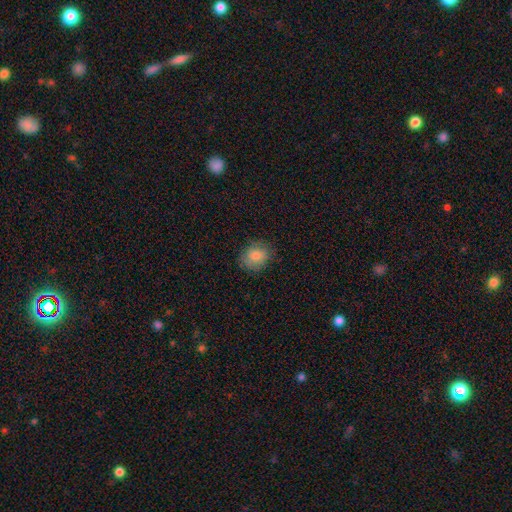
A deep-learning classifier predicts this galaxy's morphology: The model was most divided on "how rounded": round: 56%, in between: 43%, cigar-shaped: 1%. More confident: smooth or featured — smooth (83%); merging — none (81%).